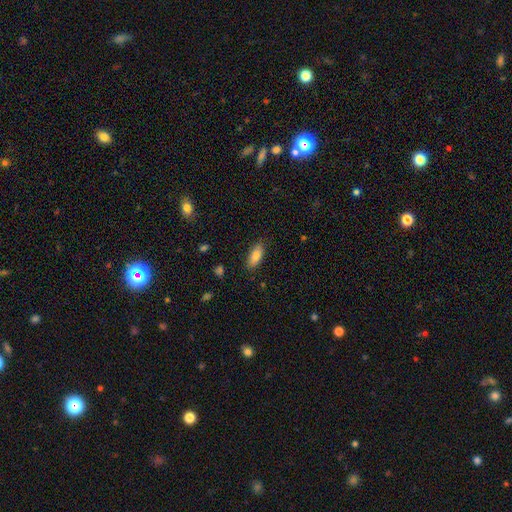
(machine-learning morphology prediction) Smooth or featured?
  - smooth: 81% *
  - featured or disk: 12%
  - star or artifact: 7%
How rounded?
  - in between: 81% *
  - cigar-shaped: 17%
  - round: 2%
Merging?
  - none: 84% *
  - minor disturbance: 12%
  - major disturbance: 2%
  - merger: 1%